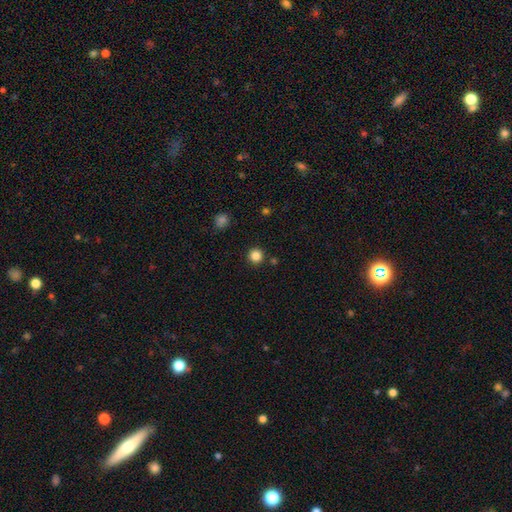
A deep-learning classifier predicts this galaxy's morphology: Smooth or featured? Predicted: smooth (p=0.84). How rounded? Predicted: round (p=0.95). Merging? Predicted: none (p=0.90).